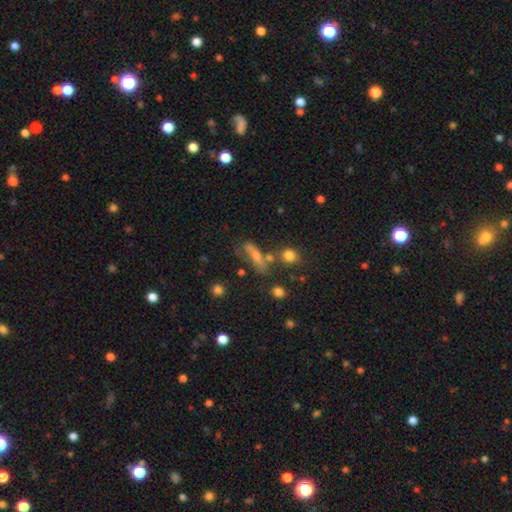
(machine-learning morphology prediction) Smooth or featured? Predicted: smooth (p=0.63). How rounded? Predicted: cigar-shaped (p=0.54). Merging? Predicted: none (p=0.48).